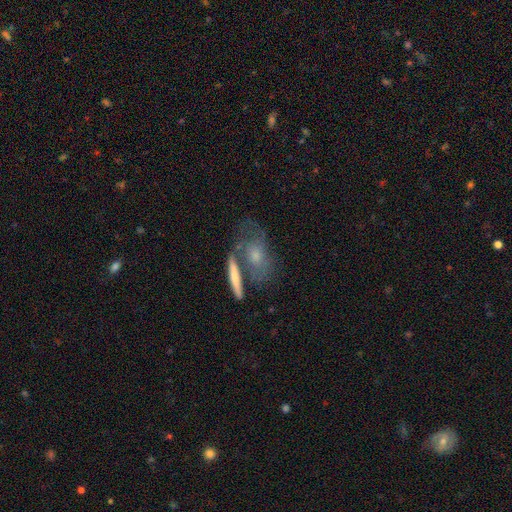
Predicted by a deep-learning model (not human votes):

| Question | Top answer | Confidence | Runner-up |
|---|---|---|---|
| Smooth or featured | featured or disk | 47% | smooth (44%) |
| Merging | none | 43% | merger (30%) |